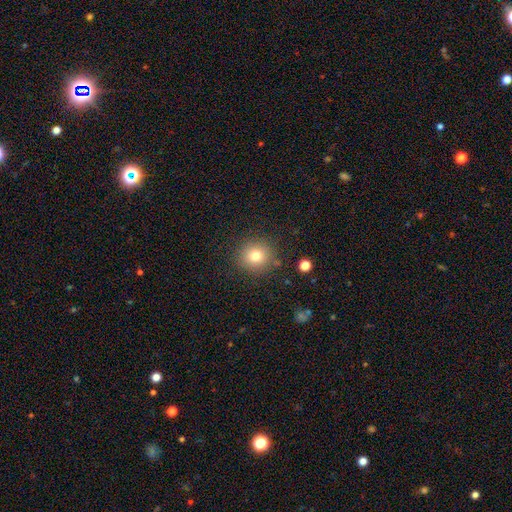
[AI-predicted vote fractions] Overall: smooth (77%). How rounded: round (91%). Merging: none (86%).